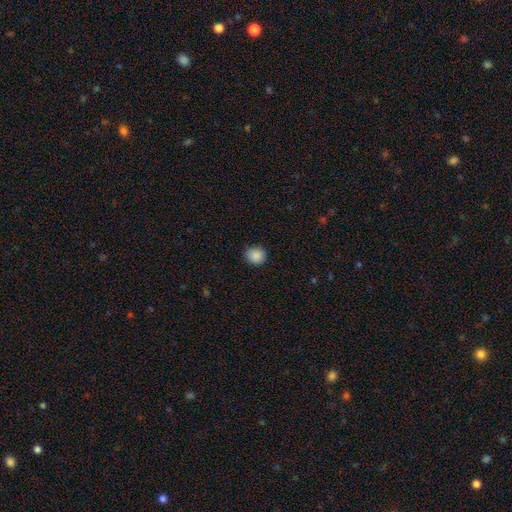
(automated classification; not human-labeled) smooth 88%, star or artifact 9%, featured or disk 3%. Down the decision tree: how rounded — round (82%); merging — none (87%).